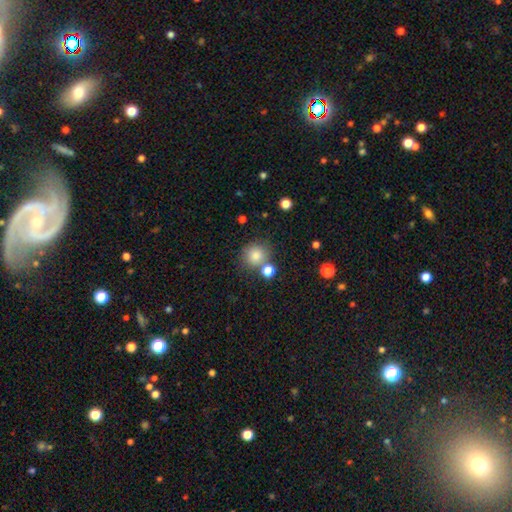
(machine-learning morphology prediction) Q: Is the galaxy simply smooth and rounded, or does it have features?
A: smooth — 82%.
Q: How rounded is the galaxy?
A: round — 87%.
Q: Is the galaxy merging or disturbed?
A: none — 73%.